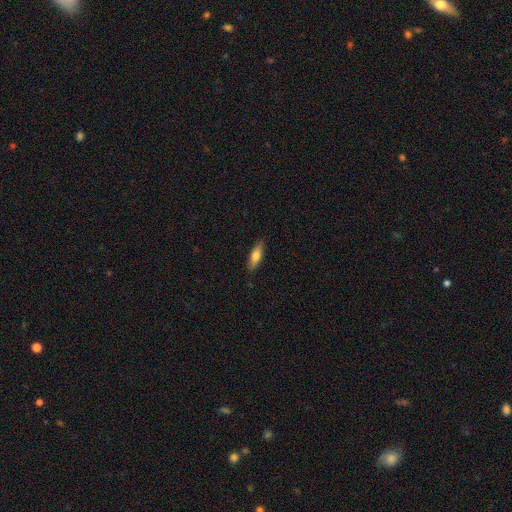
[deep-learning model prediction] Smooth or featured?
  - smooth: 70% *
  - featured or disk: 24%
  - star or artifact: 6%
How rounded?
  - in between: 50% *
  - cigar-shaped: 48%
  - round: 2%
Merging?
  - none: 86% *
  - minor disturbance: 11%
  - major disturbance: 2%
  - merger: 1%